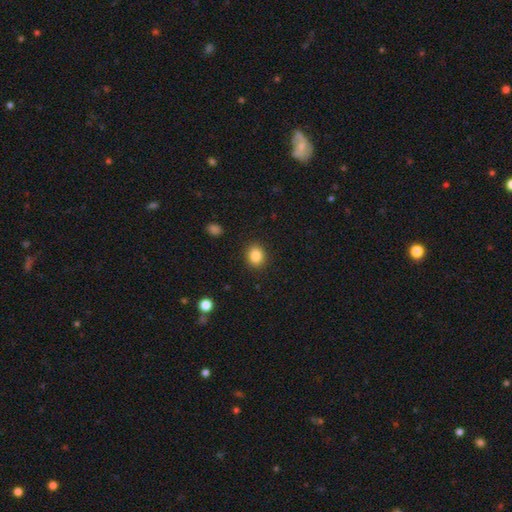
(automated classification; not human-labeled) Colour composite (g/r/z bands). It shows a smooth galaxy with no disk features (86%) that is round (62%). Merging: none (89%).